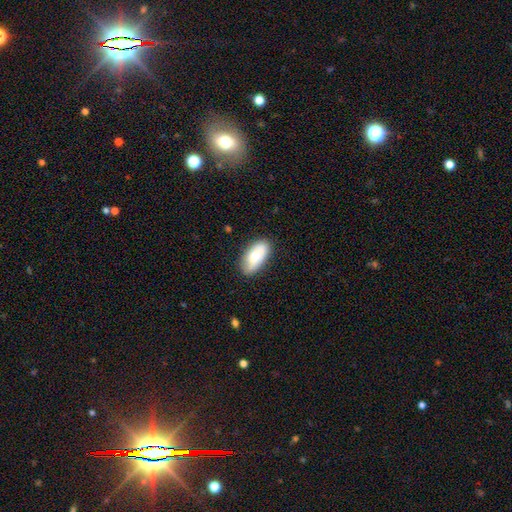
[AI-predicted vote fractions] This is likely a smooth galaxy (75%). How rounded: clearly in between (91%). Merging: clearly none (81%).